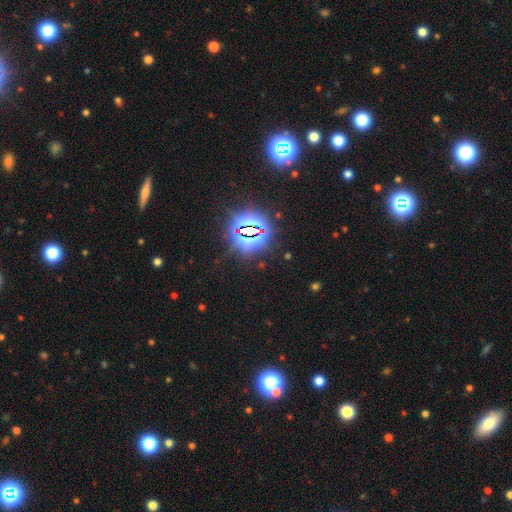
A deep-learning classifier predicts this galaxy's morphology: This is clearly a star or artifact rather than a galaxy (80%).